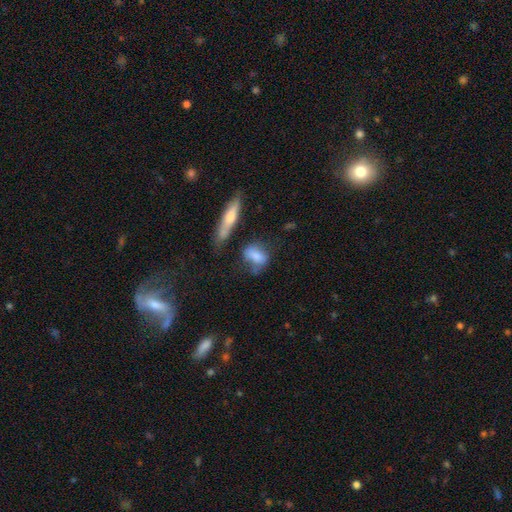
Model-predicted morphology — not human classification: smooth-or-featured: smooth: 73% | featured or disk: 18% | star or artifact: 8%
  how-rounded: in between: 71% | round: 20% | cigar-shaped: 9%
  merging: none: 45% | minor disturbance: 26% | merger: 16% | major disturbance: 13%